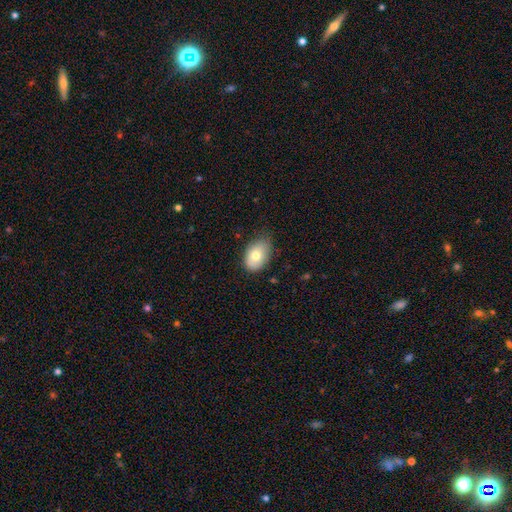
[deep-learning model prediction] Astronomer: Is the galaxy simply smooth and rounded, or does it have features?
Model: smooth — 74%.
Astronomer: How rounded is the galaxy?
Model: in between — 85%.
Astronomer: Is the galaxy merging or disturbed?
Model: none — 63%.